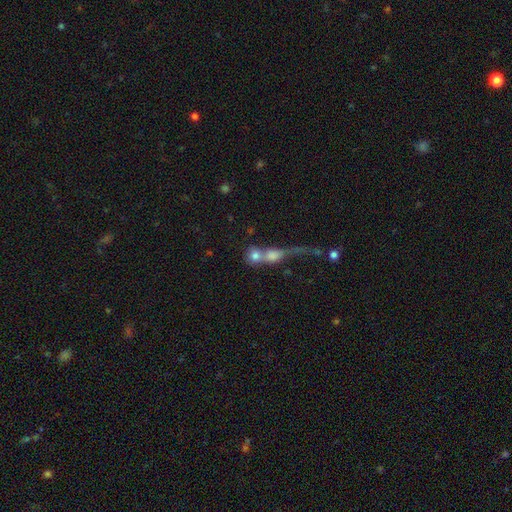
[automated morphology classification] Smooth or featured?
  - smooth: 71% *
  - featured or disk: 18%
  - star or artifact: 11%
How rounded?
  - round: 69% *
  - in between: 25%
  - cigar-shaped: 5%
Merging?
  - merger: 65% *
  - none: 19%
  - major disturbance: 10%
  - minor disturbance: 6%